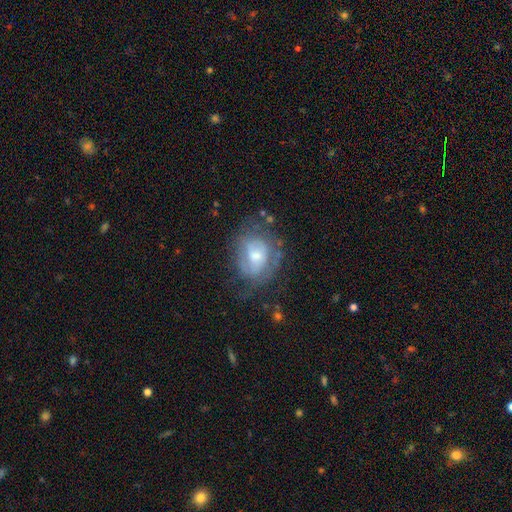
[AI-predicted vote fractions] Smooth or featured?
  - featured or disk: 62% *
  - smooth: 30%
  - star or artifact: 8%
Edge-on disk?
  - no: 97% *
  - yes: 3%
Bar?
  - no: 58% *
  - weak: 35%
  - strong: 7%
Spiral arms?
  - yes: 68% *
  - no: 32%
Bulge size?
  - moderate: 51% *
  - small: 36%
  - large: 8%
  - none: 3%
  - dominant: 1%
Merging?
  - none: 59% *
  - minor disturbance: 24%
  - major disturbance: 15%
  - merger: 2%